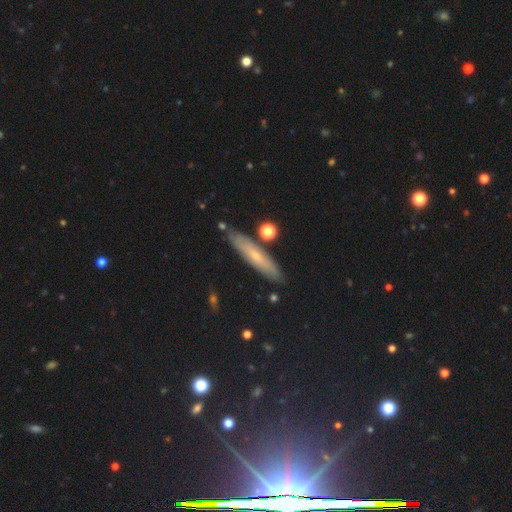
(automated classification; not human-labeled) A smooth galaxy with no disk features (46%).

Vote fractions:
- Smooth or featured? smooth: 46% / featured or disk: 44% / star or artifact: 10%
- Merging? none: 86% / minor disturbance: 10% / merger: 3% / major disturbance: 2%